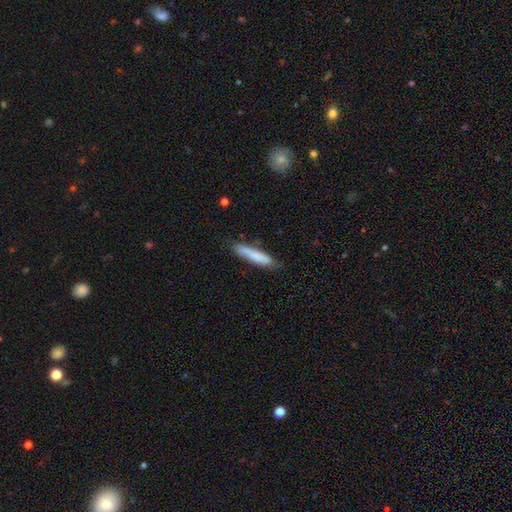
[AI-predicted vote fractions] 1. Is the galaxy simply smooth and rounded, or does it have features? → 77% smooth, 17% featured or disk, 6% star or artifact.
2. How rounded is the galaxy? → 88% cigar-shaped, 10% in between, 1% round.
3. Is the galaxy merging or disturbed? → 77% none, 18% minor disturbance, 3% major disturbance, 2% merger.